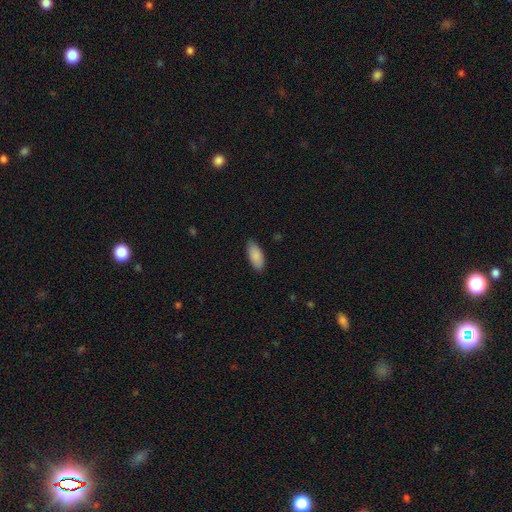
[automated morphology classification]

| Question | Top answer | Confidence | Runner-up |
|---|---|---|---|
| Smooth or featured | smooth | 89% | star or artifact (6%) |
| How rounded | in between | 87% | cigar-shaped (11%) |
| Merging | none | 83% | minor disturbance (13%) |